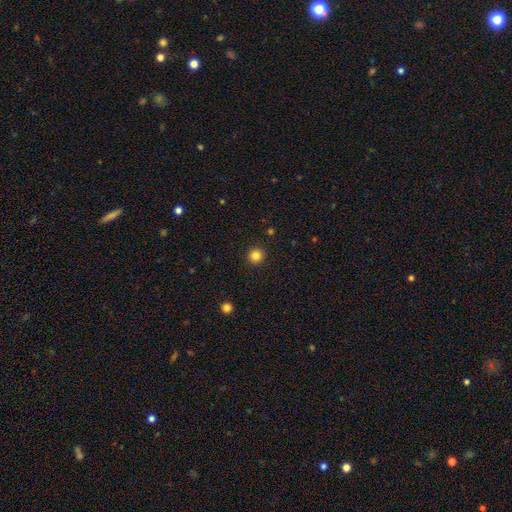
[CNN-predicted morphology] Smooth or featured? Predicted: smooth (p=0.83). How rounded? Predicted: round (p=0.92). Merging? Predicted: none (p=0.92).